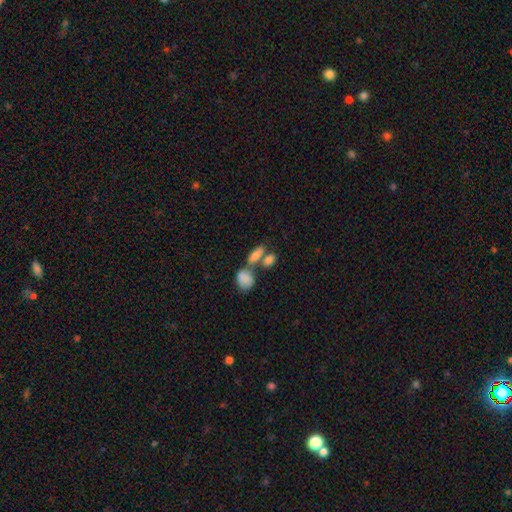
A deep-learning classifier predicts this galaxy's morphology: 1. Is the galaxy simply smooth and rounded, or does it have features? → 73% smooth, 16% featured or disk, 12% star or artifact.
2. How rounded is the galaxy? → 78% in between, 12% round, 10% cigar-shaped.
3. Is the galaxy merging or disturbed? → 51% merger, 33% none, 10% minor disturbance, 6% major disturbance.